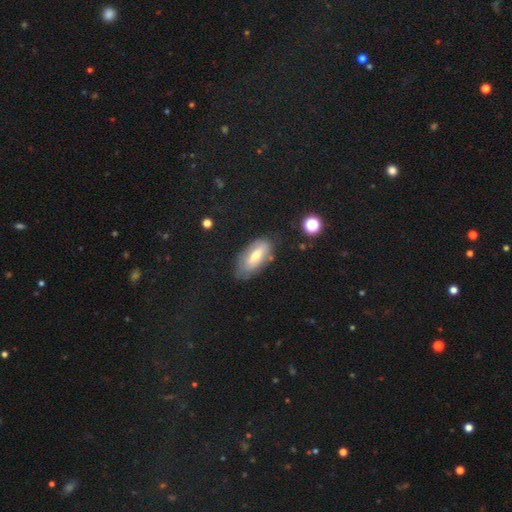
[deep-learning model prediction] smooth 49%, featured or disk 43%, star or artifact 8%. Down the decision tree: merging — none (65%).